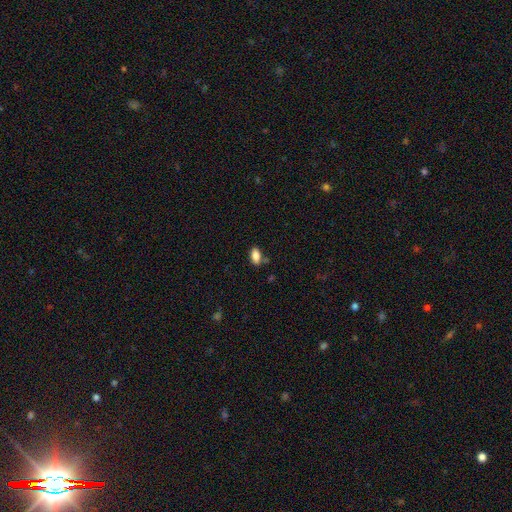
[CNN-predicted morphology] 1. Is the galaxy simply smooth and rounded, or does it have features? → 84% smooth, 9% star or artifact, 7% featured or disk.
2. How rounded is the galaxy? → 89% in between, 7% cigar-shaped, 4% round.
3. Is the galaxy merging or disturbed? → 72% none, 17% minor disturbance, 7% merger, 4% major disturbance.